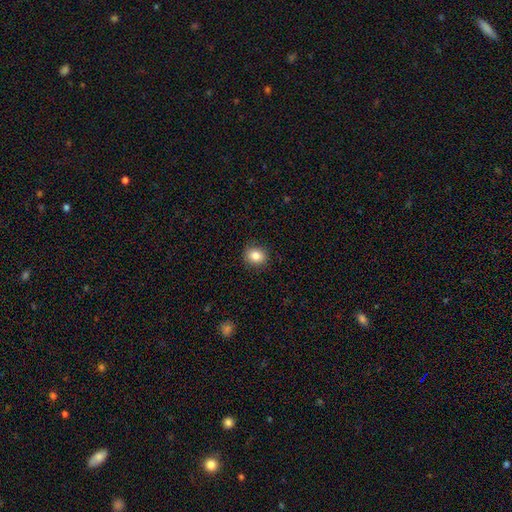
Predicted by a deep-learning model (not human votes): Morphology: type=smooth (85%); roundness=round (72%); merging=none (89%).